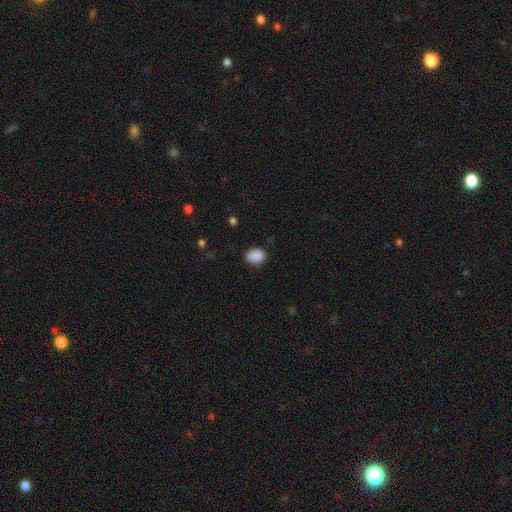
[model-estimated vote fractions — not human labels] smooth 89%, star or artifact 9%, featured or disk 3%. Down the decision tree: how rounded — in between (71%); merging — none (84%).